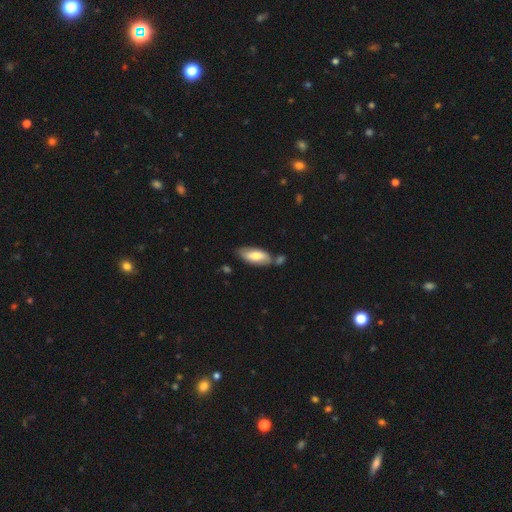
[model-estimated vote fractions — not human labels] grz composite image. It shows a smooth galaxy with no disk features (66%) that is in between round and cigar-shaped (83%). Merging: none (61%).